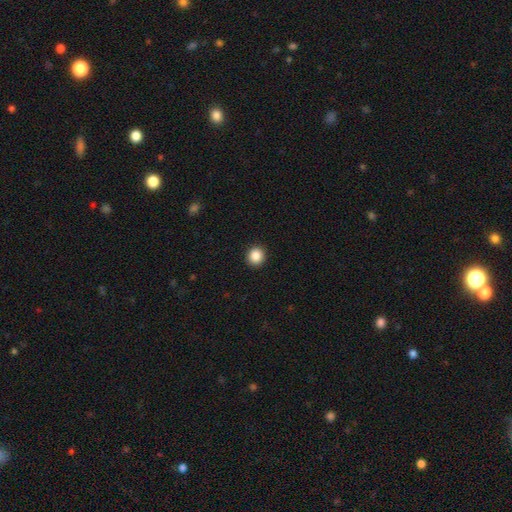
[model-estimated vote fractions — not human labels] Smooth or featured? Predicted: smooth (p=0.88). How rounded? Predicted: round (p=0.90). Merging? Predicted: none (p=0.93).